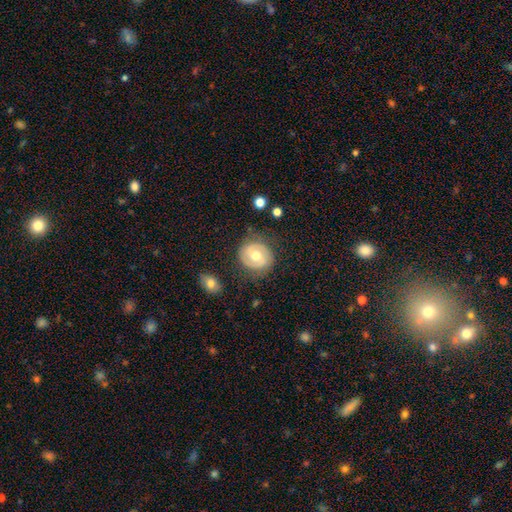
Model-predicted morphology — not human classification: featured or disk 47%, smooth 46%, star or artifact 7%. Down the decision tree: merging — none (74%).